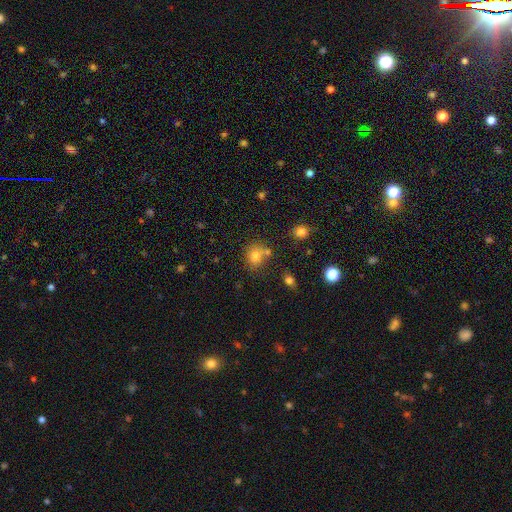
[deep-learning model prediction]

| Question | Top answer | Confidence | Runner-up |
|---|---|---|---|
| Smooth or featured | smooth | 77% | star or artifact (14%) |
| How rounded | round | 77% | in between (22%) |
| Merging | none | 65% | merger (17%) |